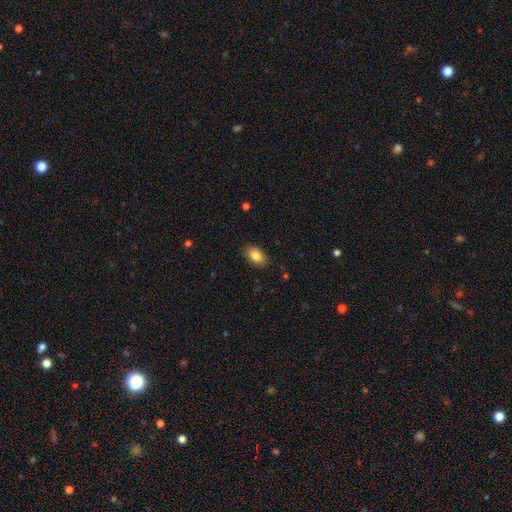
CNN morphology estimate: A smooth galaxy with no disk features (84%) that is in between round and cigar-shaped (90%). Merging: none (86%).